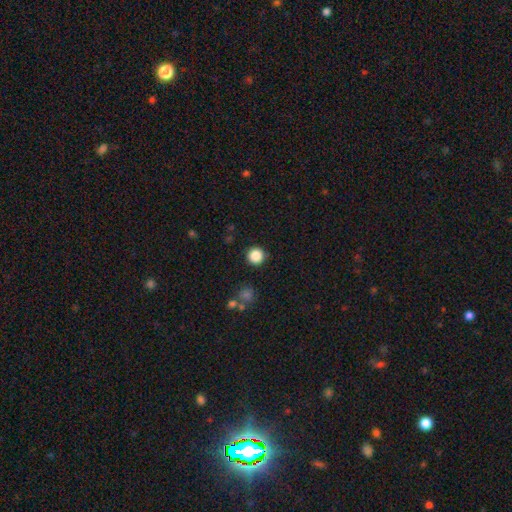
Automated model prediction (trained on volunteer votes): smooth-or-featured: smooth: 86% | star or artifact: 10% | featured or disk: 3%
  how-rounded: round: 95% | in between: 4% | cigar-shaped: 1%
  merging: none: 91% | minor disturbance: 5% | major disturbance: 2% | merger: 2%